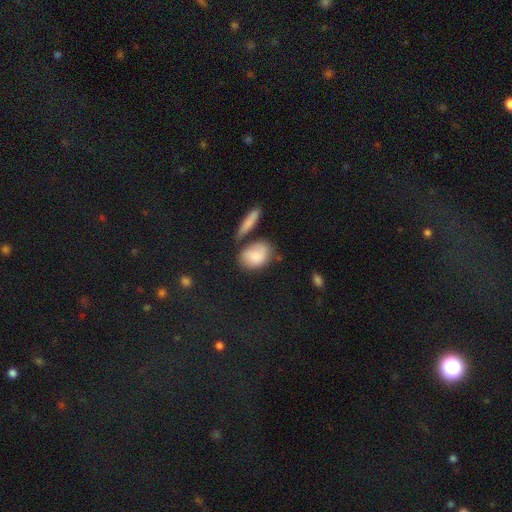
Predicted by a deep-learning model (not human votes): Smooth or featured?
  - smooth: 80% *
  - featured or disk: 13%
  - star or artifact: 8%
How rounded?
  - in between: 73% *
  - round: 24%
  - cigar-shaped: 3%
Merging?
  - none: 51% *
  - minor disturbance: 23%
  - merger: 16%
  - major disturbance: 9%